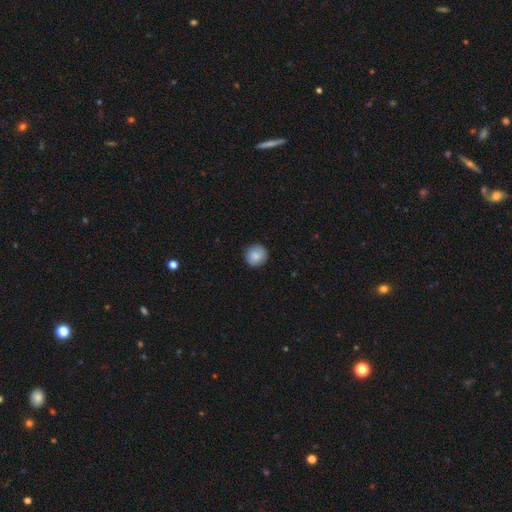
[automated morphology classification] This appears to be a smooth galaxy with no disk features (85%) that is round (93%). Merging: none (90%).